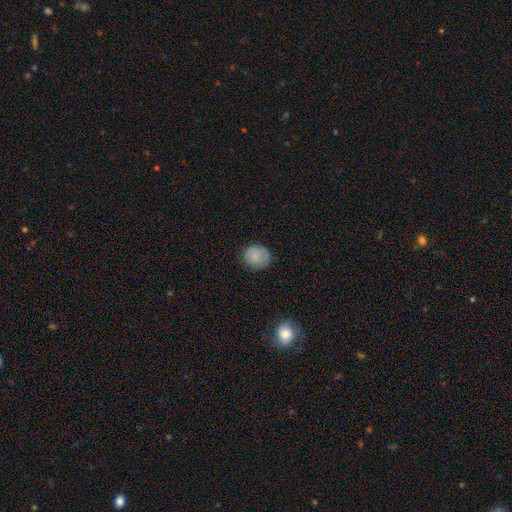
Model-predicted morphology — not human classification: Q: Smooth or featured?
A: smooth (82%); runner-up: featured or disk (10%)
Q: How rounded?
A: round (84%); runner-up: in between (15%)
Q: Merging?
A: none (81%); runner-up: minor disturbance (15%)